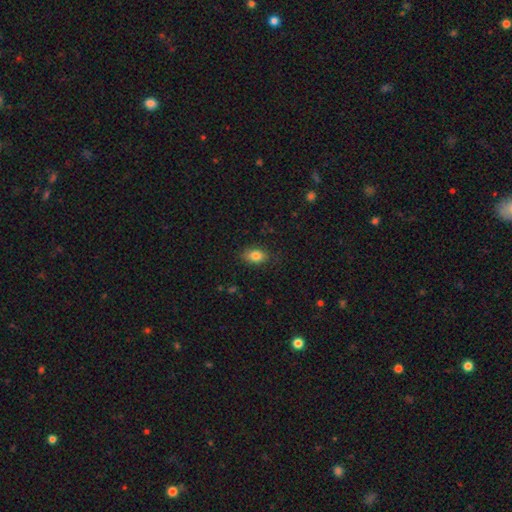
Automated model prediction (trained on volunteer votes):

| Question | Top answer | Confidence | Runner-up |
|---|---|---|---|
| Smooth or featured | smooth | 83% | star or artifact (9%) |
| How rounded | in between | 84% | round (14%) |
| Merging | none | 82% | minor disturbance (14%) |